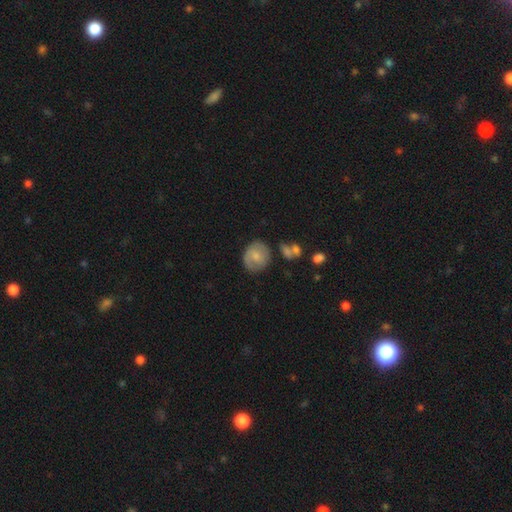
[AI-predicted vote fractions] Overall: smooth (61%; featured or disk 32%). How rounded: round (76%). Merging: none (68%).